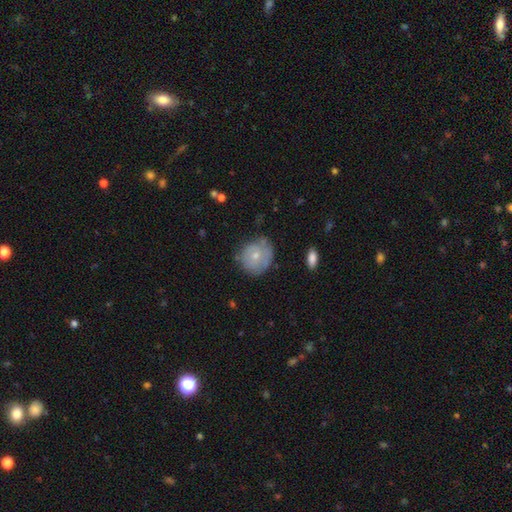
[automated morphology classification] Smooth or featured?
  - smooth: 58% *
  - featured or disk: 35%
  - star or artifact: 7%
How rounded?
  - round: 80% *
  - in between: 19%
  - cigar-shaped: 1%
Merging?
  - none: 61% *
  - minor disturbance: 28%
  - major disturbance: 8%
  - merger: 3%